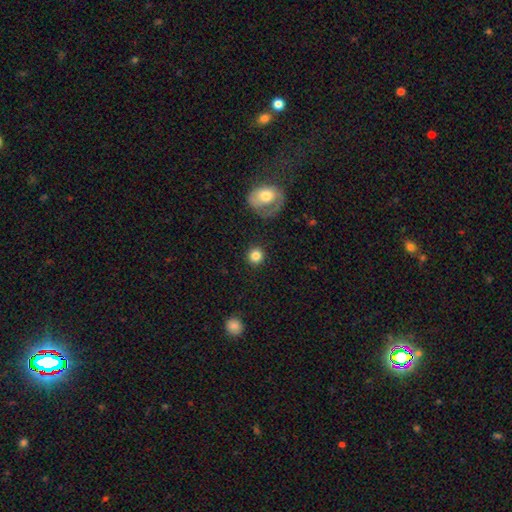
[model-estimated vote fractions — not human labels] smooth_or_featured: smooth (p=0.83) [alt: star or artifact p=0.10]
how_rounded: round (p=0.92) [alt: in between p=0.07]
merging: none (p=0.90) [alt: minor disturbance p=0.06]